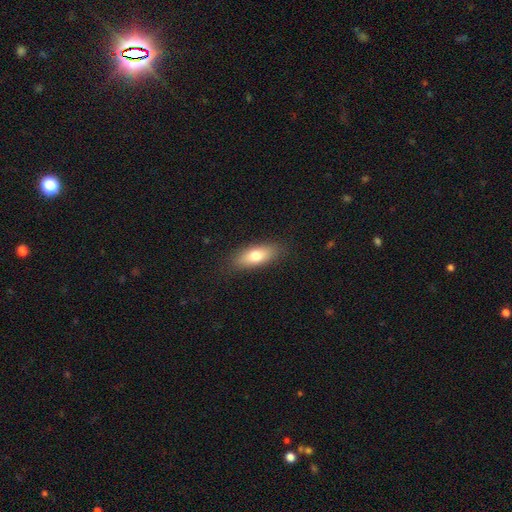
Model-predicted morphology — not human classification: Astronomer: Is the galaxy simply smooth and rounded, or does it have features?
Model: smooth — 74%.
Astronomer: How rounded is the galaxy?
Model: in between — 73%.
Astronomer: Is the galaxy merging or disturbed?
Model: none — 86%.